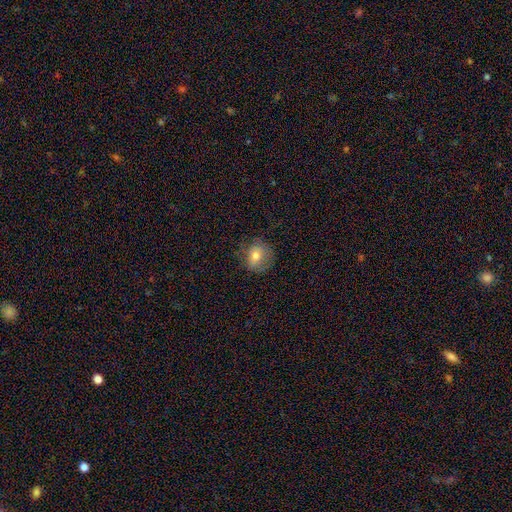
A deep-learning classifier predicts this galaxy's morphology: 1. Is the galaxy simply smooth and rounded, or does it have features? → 71% smooth, 19% featured or disk, 10% star or artifact.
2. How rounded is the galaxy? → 70% round, 29% in between, 1% cigar-shaped.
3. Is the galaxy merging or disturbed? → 68% none, 21% minor disturbance, 10% major disturbance, 1% merger.